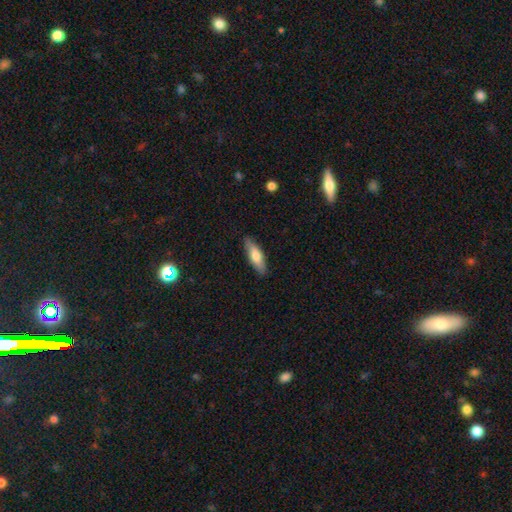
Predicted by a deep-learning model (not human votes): Smooth or featured? Predicted: smooth (p=0.70). How rounded? Predicted: in between (p=0.49, tied with cigar-shaped). Merging? Predicted: none (p=0.87).